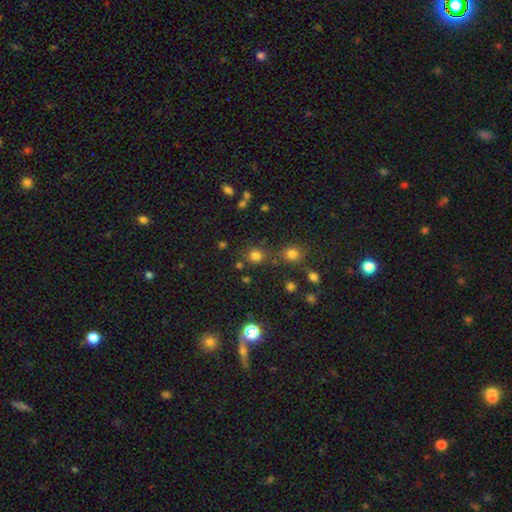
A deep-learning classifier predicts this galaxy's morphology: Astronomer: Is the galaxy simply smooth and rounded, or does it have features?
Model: smooth — 75%.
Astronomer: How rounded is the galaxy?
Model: round — 81%.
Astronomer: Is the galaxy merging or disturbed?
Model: none — 73%.